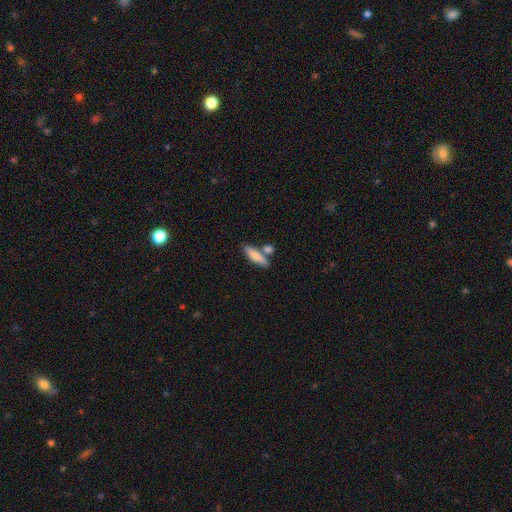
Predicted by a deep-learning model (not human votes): The model was most divided on "how rounded": cigar-shaped: 60%, in between: 37%, round: 3%. More confident: smooth or featured — smooth (78%); merging — none (61%).